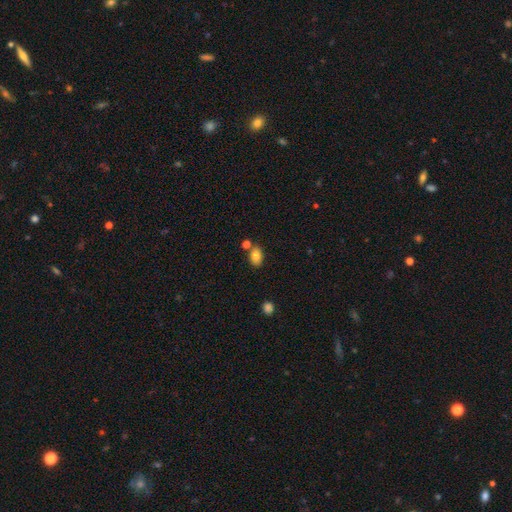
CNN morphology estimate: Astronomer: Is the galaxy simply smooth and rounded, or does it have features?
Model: smooth — 82%.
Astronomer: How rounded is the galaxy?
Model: in between — 84%.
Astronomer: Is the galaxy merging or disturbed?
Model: none — 72%.